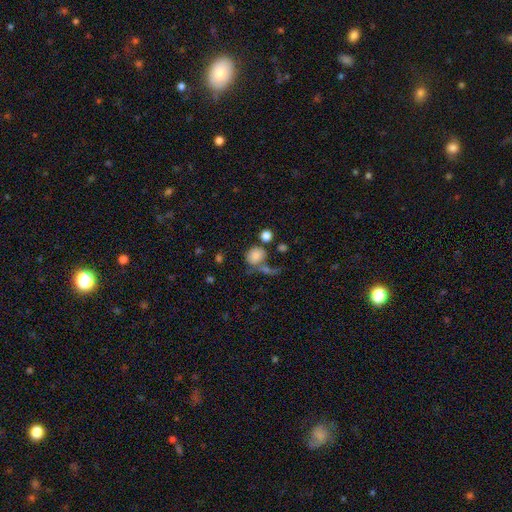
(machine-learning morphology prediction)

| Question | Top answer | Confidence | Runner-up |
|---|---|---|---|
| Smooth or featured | smooth | 81% | star or artifact (10%) |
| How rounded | round | 71% | in between (28%) |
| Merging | none | 45% | merger (29%) |